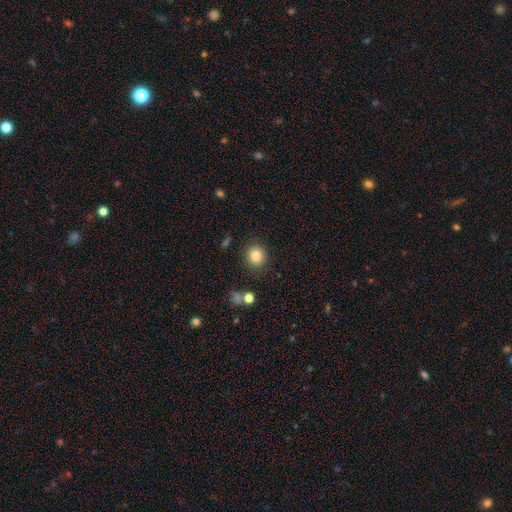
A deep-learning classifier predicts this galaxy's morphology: Overall: smooth (84%). How rounded: round (80%). Merging: none (86%).